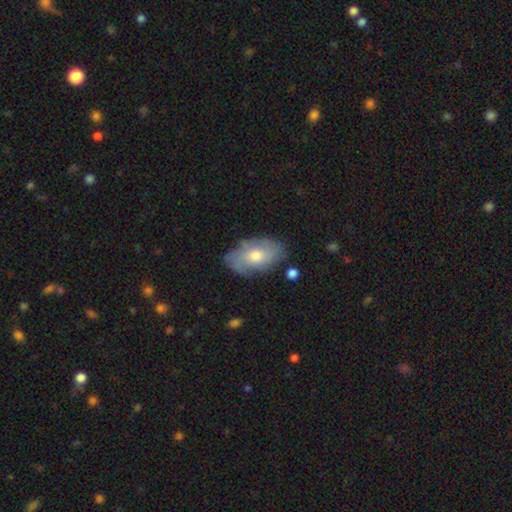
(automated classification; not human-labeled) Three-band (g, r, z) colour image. It shows a smooth galaxy with no disk features (52%) that is in between round and cigar-shaped (92%). Merging: none (71%).